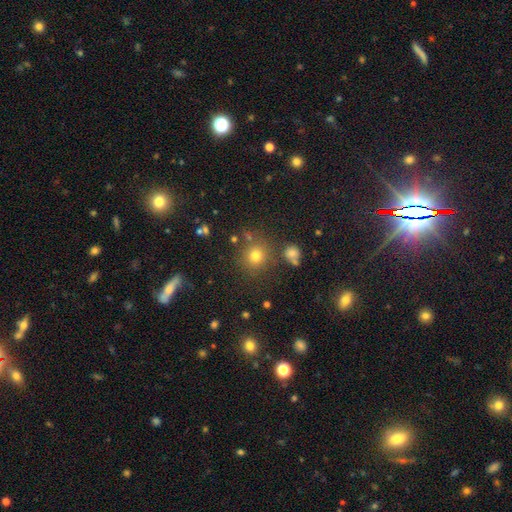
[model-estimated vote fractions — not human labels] A smooth galaxy with no disk features (72%) that is round (91%). Merging: none (81%).